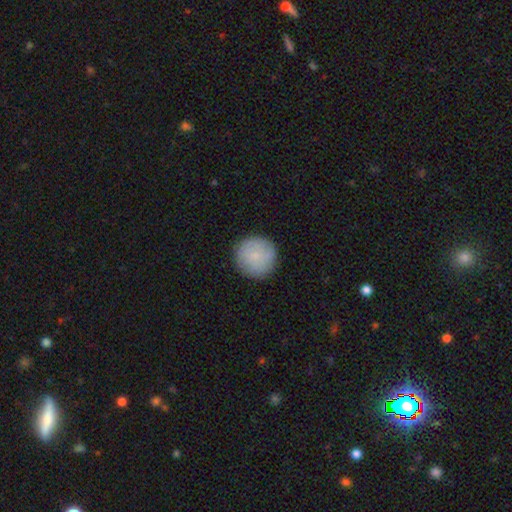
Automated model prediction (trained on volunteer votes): A smooth galaxy with no disk features (81%) that is round (96%).

Vote fractions:
- Smooth or featured? smooth: 81% / featured or disk: 12% / star or artifact: 7%
- How rounded? round: 96% / in between: 3% / cigar-shaped: 1%
- Merging? none: 87% / minor disturbance: 9% / major disturbance: 2% / merger: 1%